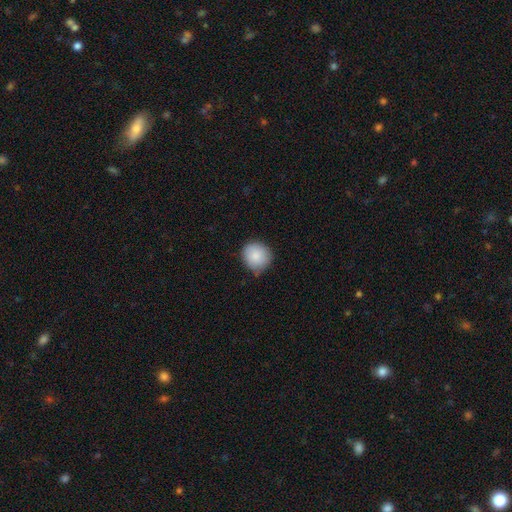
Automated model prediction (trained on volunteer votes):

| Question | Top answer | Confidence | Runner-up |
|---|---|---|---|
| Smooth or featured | smooth | 87% | star or artifact (7%) |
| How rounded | round | 89% | in between (10%) |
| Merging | none | 72% | minor disturbance (23%) |